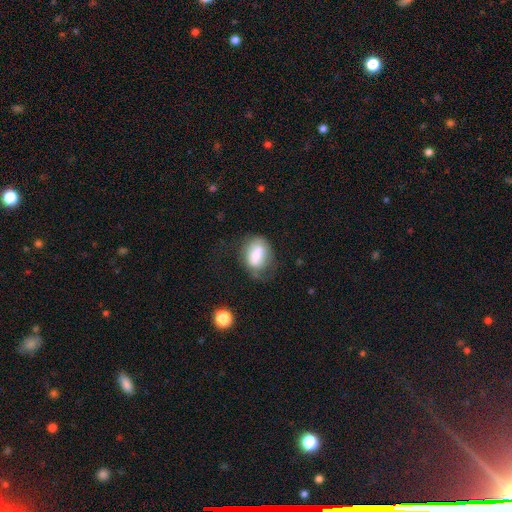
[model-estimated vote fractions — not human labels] Q: Smooth or featured?
A: smooth (67%); runner-up: featured or disk (25%)
Q: How rounded?
A: in between (74%); runner-up: round (24%)
Q: Merging?
A: none (43%); runner-up: minor disturbance (29%)